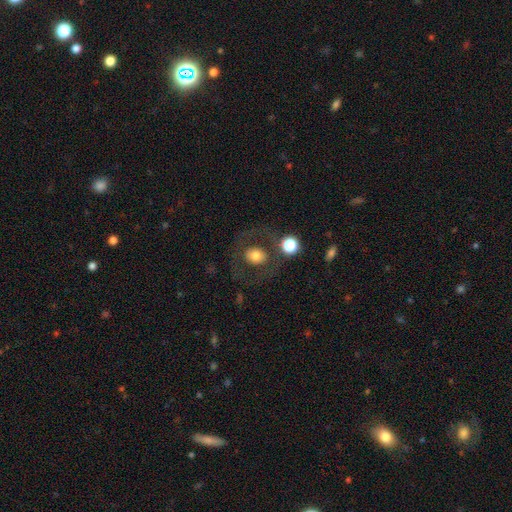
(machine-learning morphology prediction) A smooth galaxy with no disk features (64%) that is round (73%). Merging: none (72%).